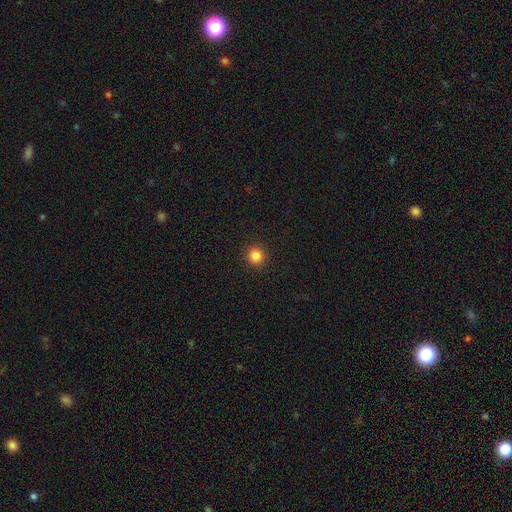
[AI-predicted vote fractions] Smooth or featured?
  - smooth: 85% *
  - star or artifact: 12%
  - featured or disk: 4%
How rounded?
  - round: 94% *
  - in between: 5%
  - cigar-shaped: 1%
Merging?
  - none: 93% *
  - minor disturbance: 5%
  - major disturbance: 2%
  - merger: 1%